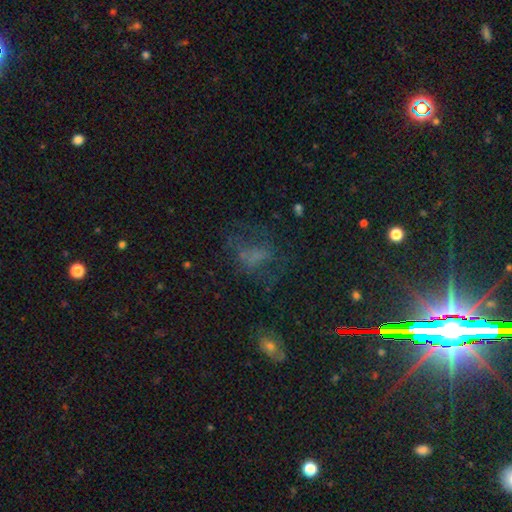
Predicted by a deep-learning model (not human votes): Smooth or featured? Predicted: smooth (p=0.38). Merging? Predicted: none (p=0.46).